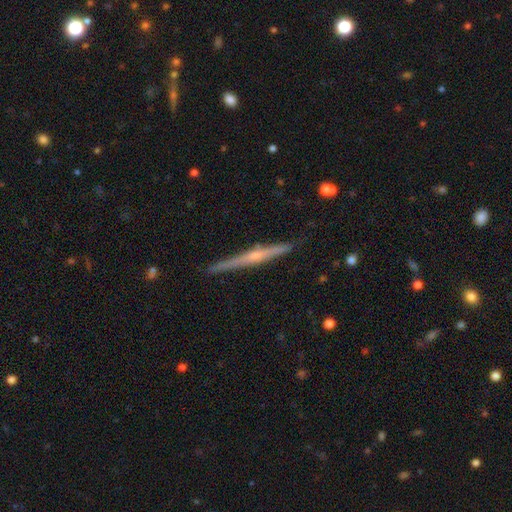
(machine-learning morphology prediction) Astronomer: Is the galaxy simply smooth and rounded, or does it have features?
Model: featured or disk — 76%.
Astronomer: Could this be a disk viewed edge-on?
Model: yes — 98%.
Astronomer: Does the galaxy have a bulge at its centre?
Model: rounded — 72%.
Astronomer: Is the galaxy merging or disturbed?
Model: none — 89%.